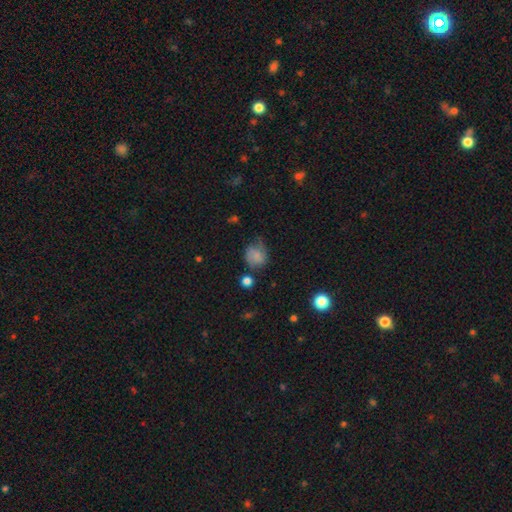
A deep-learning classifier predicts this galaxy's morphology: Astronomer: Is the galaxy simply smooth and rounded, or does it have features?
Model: smooth — 68%.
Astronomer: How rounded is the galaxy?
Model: round — 71%.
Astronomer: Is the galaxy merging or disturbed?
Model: none — 48% (runner-up: minor disturbance, 32%).